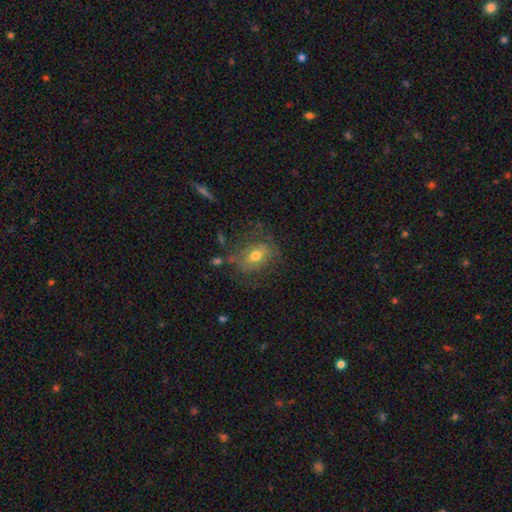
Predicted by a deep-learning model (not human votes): The model was most divided on "how rounded": in between: 60%, round: 38%, cigar-shaped: 2%. More confident: merging — none (65%); smooth or featured — smooth (58%).